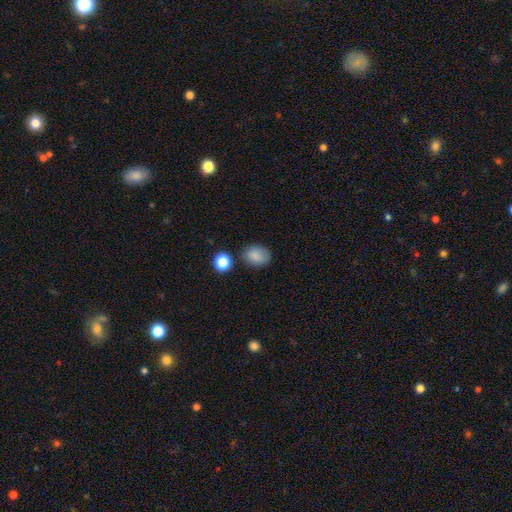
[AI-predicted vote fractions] This appears to be a smooth galaxy with no disk features (85%) that is in between round and cigar-shaped (59%). Merging: none (78%).